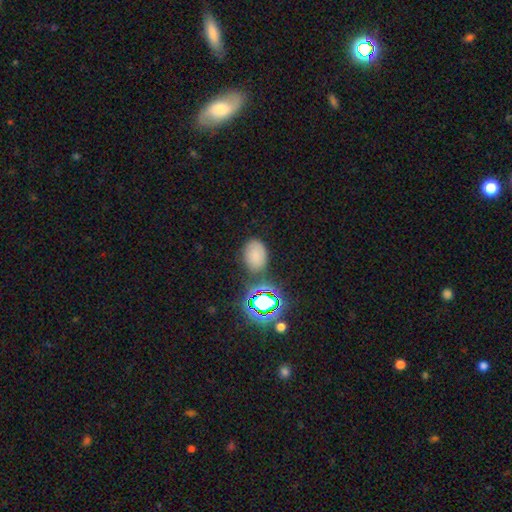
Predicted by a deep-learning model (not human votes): The model was most divided on "smooth or featured": smooth: 71%, star or artifact: 21%, featured or disk: 8%. More confident: how rounded — in between (80%); merging — none (70%).